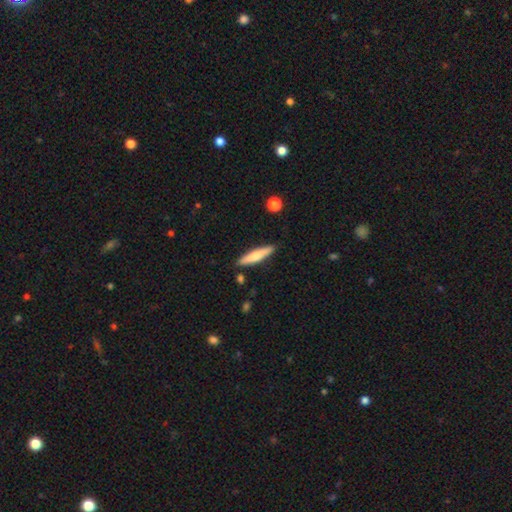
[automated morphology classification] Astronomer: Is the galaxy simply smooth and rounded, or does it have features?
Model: smooth — 65%.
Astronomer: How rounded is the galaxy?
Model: cigar-shaped — 85%.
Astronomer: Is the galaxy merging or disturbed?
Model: none — 87%.